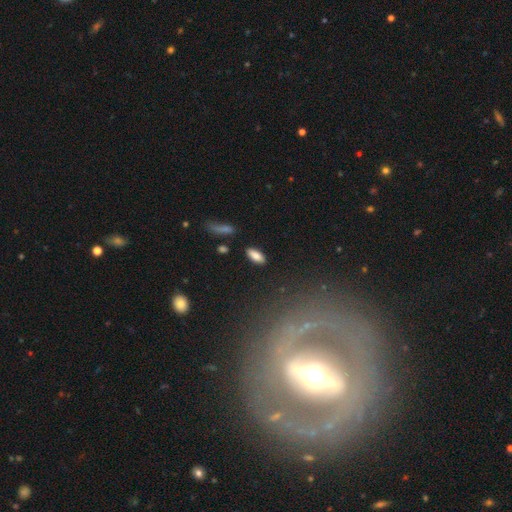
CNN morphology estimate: Overall: smooth (83%). How rounded: in between (79%). Merging: none (85%).